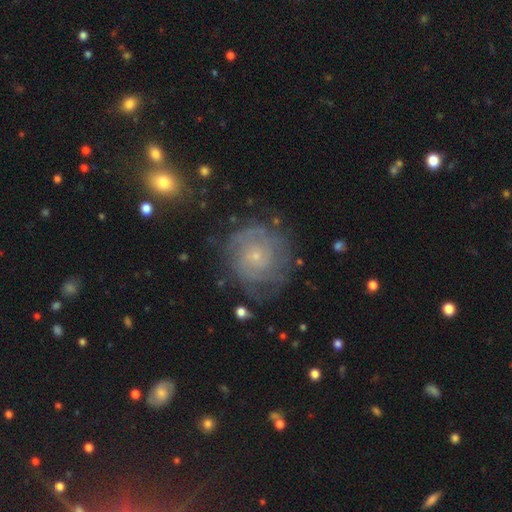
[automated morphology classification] Q: Smooth or featured?
A: featured or disk (73%); runner-up: smooth (19%)
Q: Edge-on disk?
A: no (98%); runner-up: yes (2%)
Q: Bar?
A: no (81%); runner-up: weak (17%)
Q: Spiral arms?
A: yes (88%); runner-up: no (12%)
Q: Spiral winding?
A: tight (70%); runner-up: medium (22%)
Q: Spiral arm count?
A: can't tell (46%); runner-up: 2 (22%)
Q: Bulge size?
A: small (83%); runner-up: moderate (12%)
Q: Merging?
A: none (73%); runner-up: minor disturbance (17%)